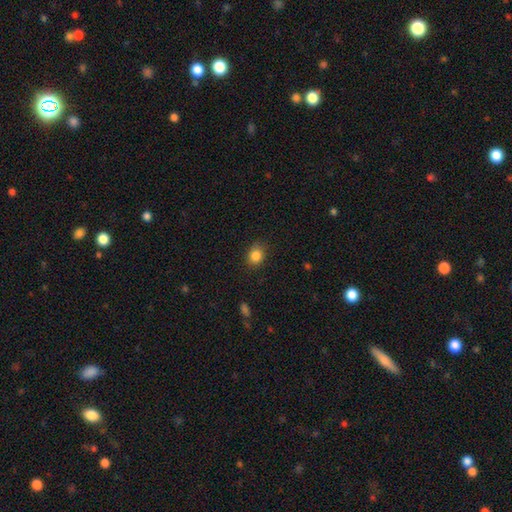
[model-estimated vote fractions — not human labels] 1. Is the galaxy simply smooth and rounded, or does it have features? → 85% smooth, 10% star or artifact, 5% featured or disk.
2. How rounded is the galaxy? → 58% round, 41% in between, 1% cigar-shaped.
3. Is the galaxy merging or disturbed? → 85% none, 11% minor disturbance, 3% major disturbance, 1% merger.